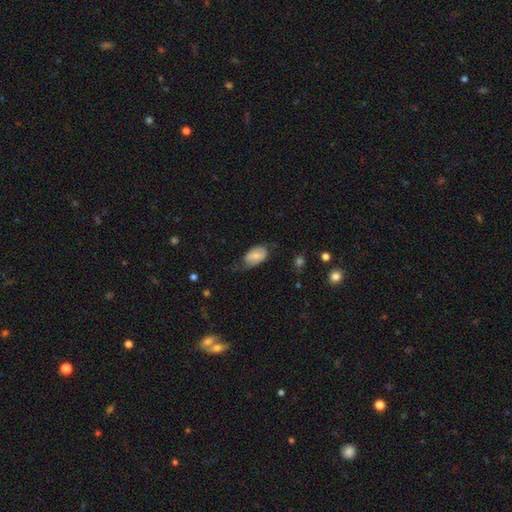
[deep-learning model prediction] This is likely a smooth galaxy (70%). How rounded: clearly in between (92%). Merging: possibly none (46%).